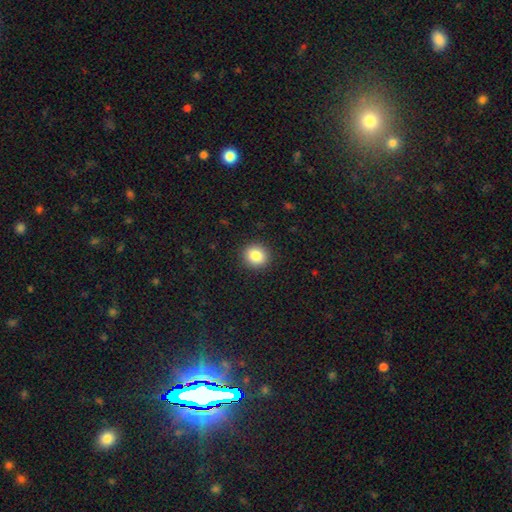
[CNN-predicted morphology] This is clearly a smooth galaxy (85%). How rounded: clearly round (83%). Merging: clearly none (92%).